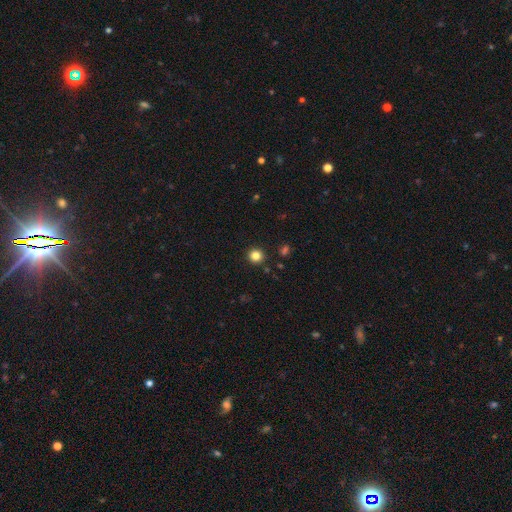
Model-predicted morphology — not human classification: smooth 83%, star or artifact 12%, featured or disk 4%. Down the decision tree: how rounded — round (93%); merging — none (92%).